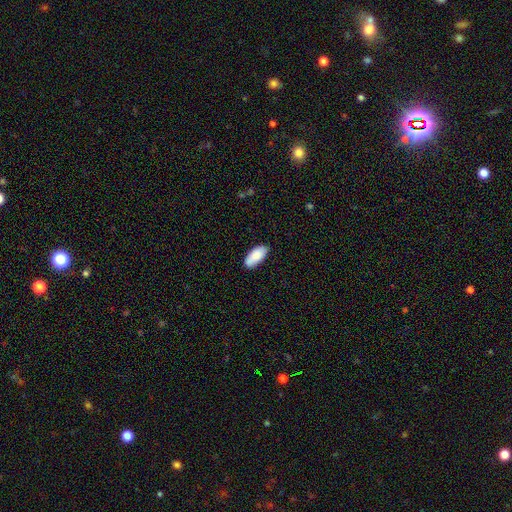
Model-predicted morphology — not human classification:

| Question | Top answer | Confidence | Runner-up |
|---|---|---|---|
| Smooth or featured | smooth | 85% | featured or disk (9%) |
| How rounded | in between | 90% | cigar-shaped (8%) |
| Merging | none | 80% | minor disturbance (16%) |